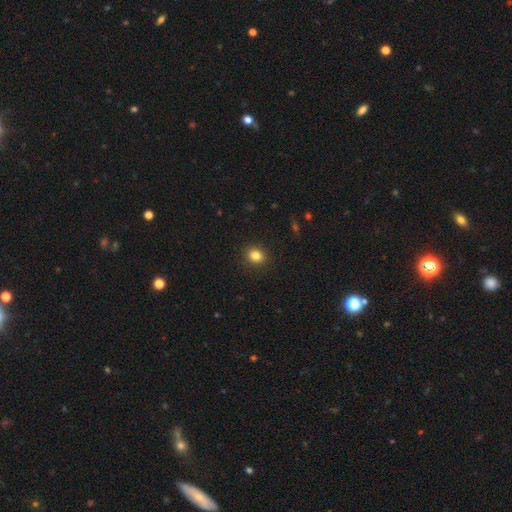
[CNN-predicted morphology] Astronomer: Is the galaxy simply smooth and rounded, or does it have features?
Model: smooth — 83%.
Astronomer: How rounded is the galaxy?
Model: round — 68%.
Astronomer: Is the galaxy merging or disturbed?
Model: none — 90%.